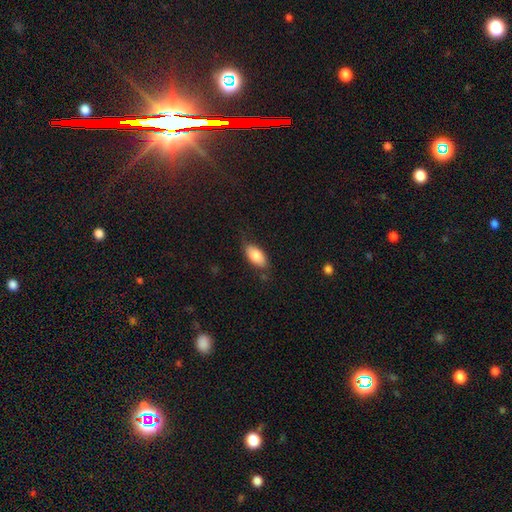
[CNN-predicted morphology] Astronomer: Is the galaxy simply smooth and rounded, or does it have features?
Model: smooth — 81%.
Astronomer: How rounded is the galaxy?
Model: in between — 91%.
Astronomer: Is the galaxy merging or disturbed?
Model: none — 73%.